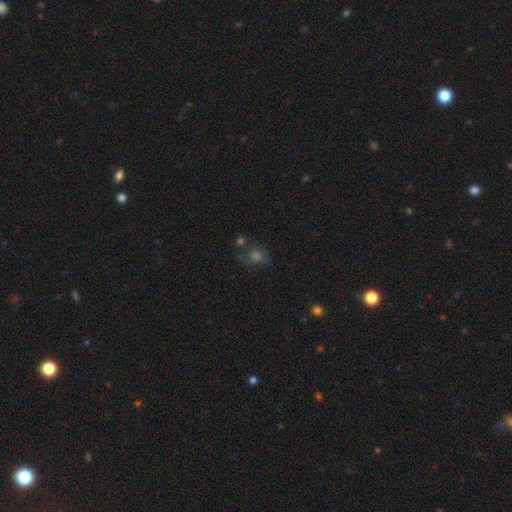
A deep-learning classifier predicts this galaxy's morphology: smooth 46%, star or artifact 31%, featured or disk 22%. Down the decision tree: merging — none (60%).